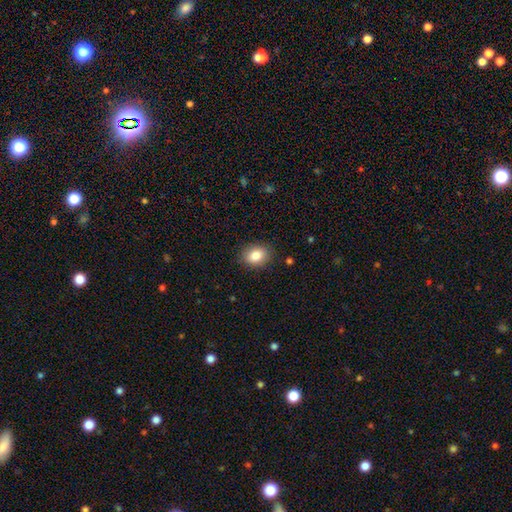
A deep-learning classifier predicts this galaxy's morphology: smooth_or_featured: smooth (p=0.85) [alt: star or artifact p=0.09]
how_rounded: in between (p=0.60) [alt: round p=0.39]
merging: none (p=0.88) [alt: minor disturbance p=0.09]